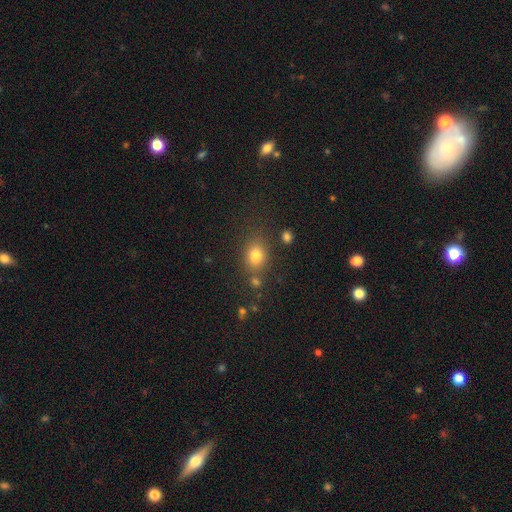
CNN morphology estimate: Smooth or featured?
  - smooth: 78% *
  - star or artifact: 13%
  - featured or disk: 9%
How rounded?
  - round: 49% * (tied)
  - in between: 49% * (tied)
  - cigar-shaped: 1%
Merging?
  - none: 73% *
  - minor disturbance: 14%
  - merger: 9%
  - major disturbance: 5%